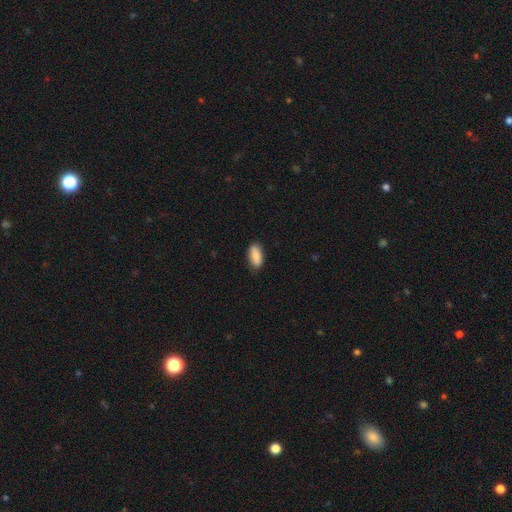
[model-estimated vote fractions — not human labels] smooth_or_featured: smooth (p=0.88) [alt: featured or disk p=0.06]
how_rounded: in between (p=0.86) [alt: cigar-shaped p=0.12]
merging: none (p=0.84) [alt: minor disturbance p=0.13]